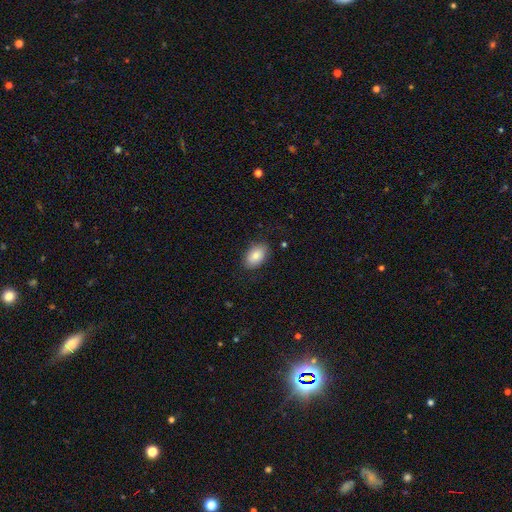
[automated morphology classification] A smooth galaxy with no disk features (83%) that is in between round and cigar-shaped (91%). Merging: none (82%).